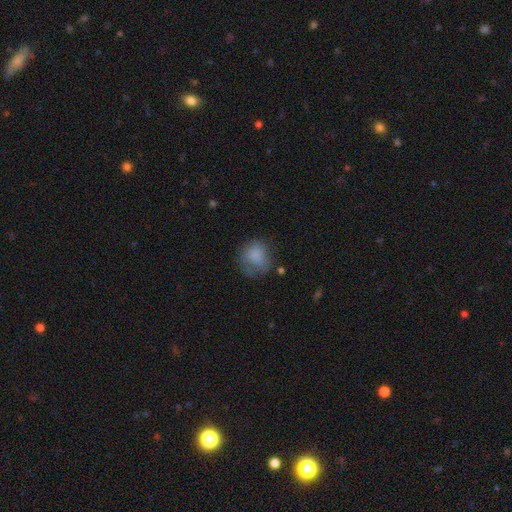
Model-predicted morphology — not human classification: The model was most divided on "merging": none: 52%, minor disturbance: 27%, major disturbance: 18%, merger: 3%. More confident: smooth or featured — smooth (78%); how rounded — round (74%).